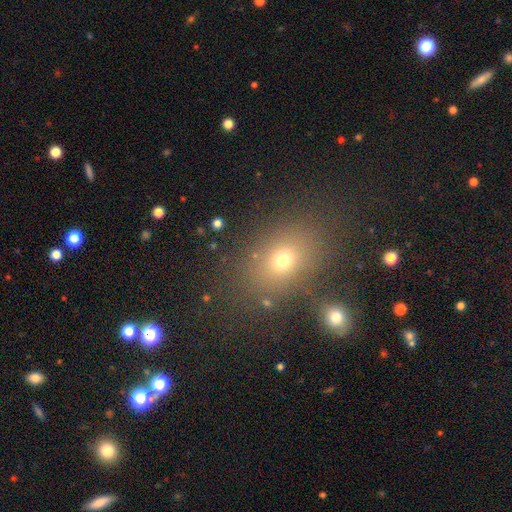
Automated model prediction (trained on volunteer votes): This is likely a smooth galaxy (60%). How rounded: likely in between (62%). Merging: clearly none (82%).